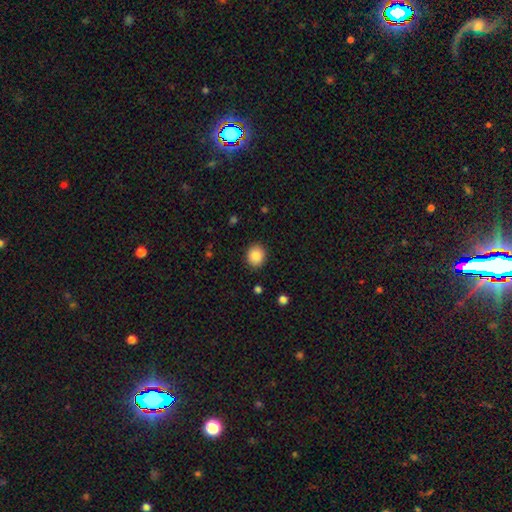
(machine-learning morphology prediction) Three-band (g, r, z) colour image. It shows a smooth galaxy with no disk features (88%) that is round (77%). Merging: none (90%).